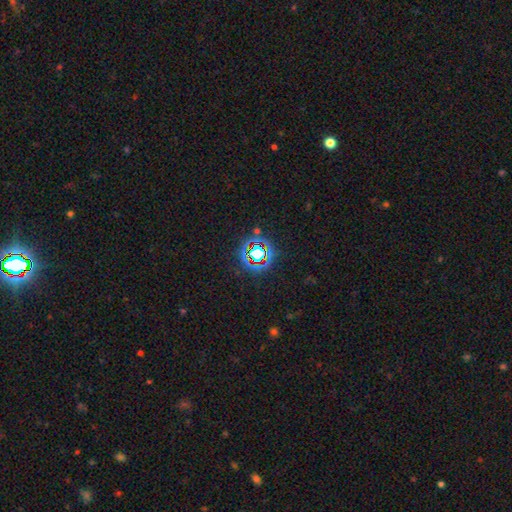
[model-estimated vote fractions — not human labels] smooth-or-featured: star or artifact: 70% | smooth: 19% | featured or disk: 11%